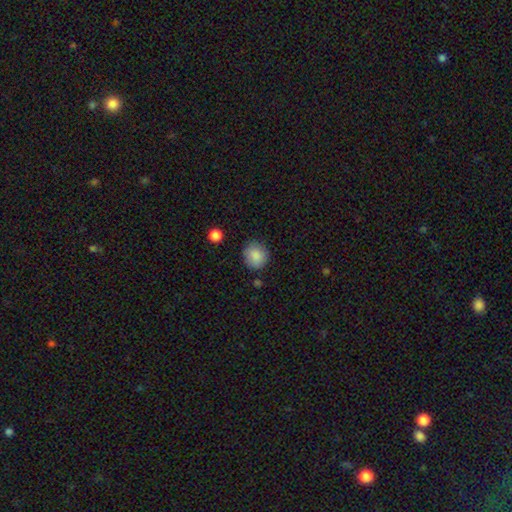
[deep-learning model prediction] Smooth or featured? smooth (87%)
How rounded? round (81%)
Merging? none (80%)